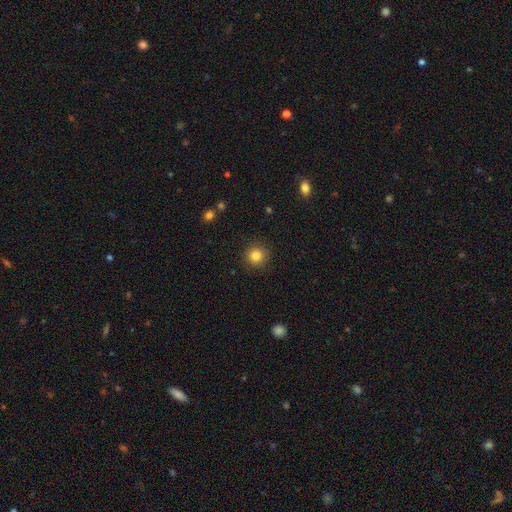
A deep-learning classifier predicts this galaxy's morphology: smooth 84%, star or artifact 11%, featured or disk 5%. Down the decision tree: how rounded — round (94%); merging — none (90%).